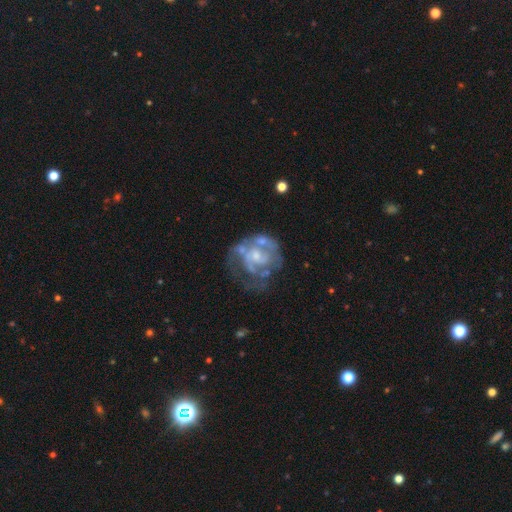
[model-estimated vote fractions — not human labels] This is likely a featured or disk galaxy (76%). It is clearly not viewed edge-on (98%). Bar: likely no (73%). Spiral arm pattern: likely yes (62%). Central bulge: marginally small (44%). Merging: marginally none (40%).